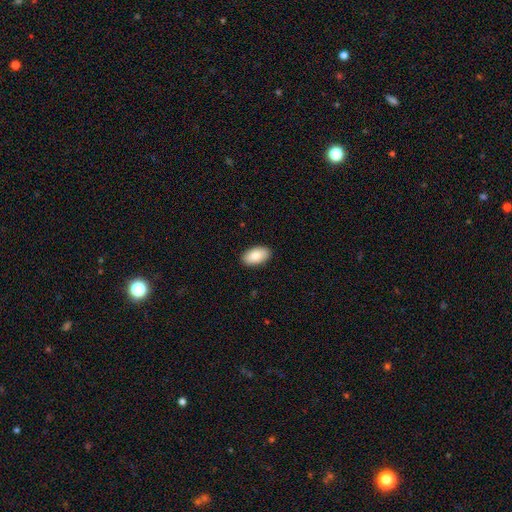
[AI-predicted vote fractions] Q: Smooth or featured?
A: smooth (86%); runner-up: featured or disk (8%)
Q: How rounded?
A: in between (95%); runner-up: round (3%)
Q: Merging?
A: none (90%); runner-up: minor disturbance (8%)